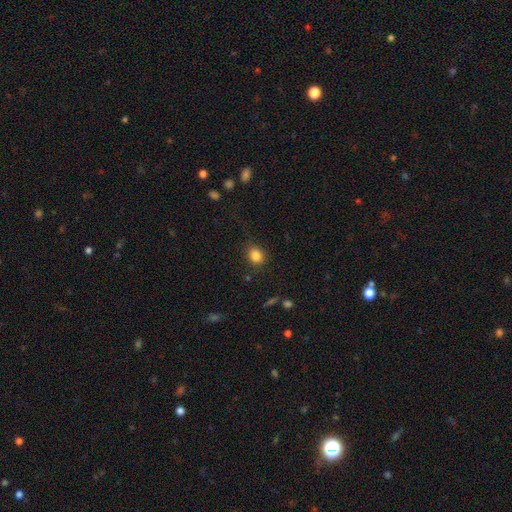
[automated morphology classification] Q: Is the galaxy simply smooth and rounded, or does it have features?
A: smooth — 85%.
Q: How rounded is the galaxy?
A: round — 57%.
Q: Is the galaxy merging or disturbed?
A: none — 83%.